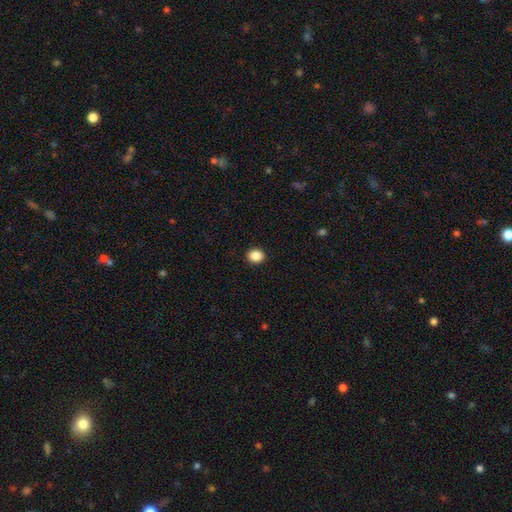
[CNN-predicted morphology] Smooth or featured? Predicted: smooth (p=0.88). How rounded? Predicted: round (p=0.72). Merging? Predicted: none (p=0.92).